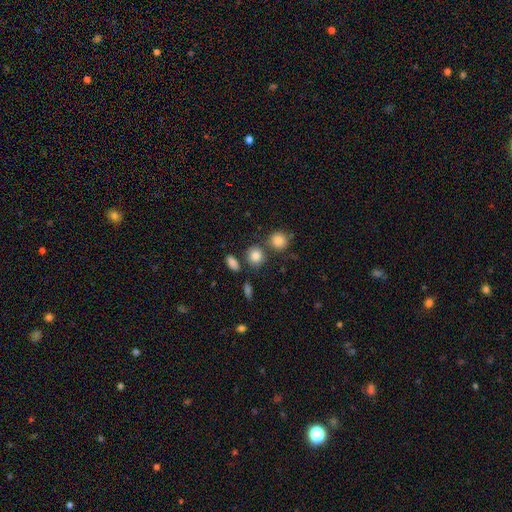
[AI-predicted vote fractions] A smooth galaxy with no disk features (84%) that is round (74%).

Vote fractions:
- Smooth or featured? smooth: 84% / star or artifact: 10% / featured or disk: 6%
- How rounded? round: 74% / in between: 25% / cigar-shaped: 1%
- Merging? none: 71% / merger: 15% / minor disturbance: 11% / major disturbance: 4%